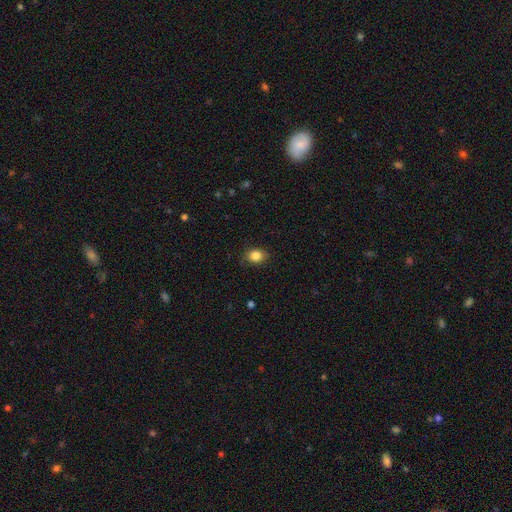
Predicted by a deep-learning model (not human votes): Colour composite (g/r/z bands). It shows a smooth galaxy with no disk features (84%) that is in between round and cigar-shaped (52%). Merging: none (83%).